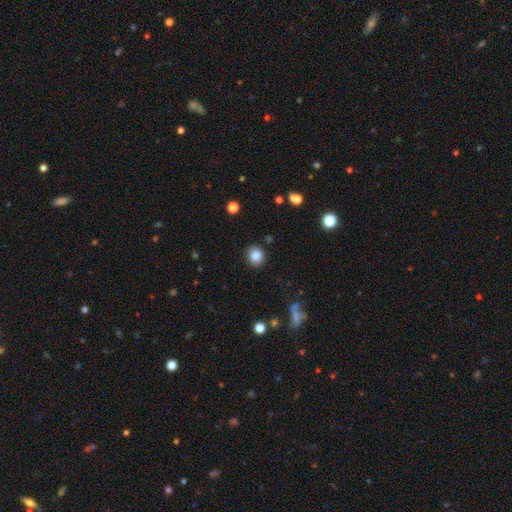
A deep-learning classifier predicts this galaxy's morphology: Smooth or featured? Predicted: smooth (p=0.85). How rounded? Predicted: round (p=0.84). Merging? Predicted: none (p=0.88).